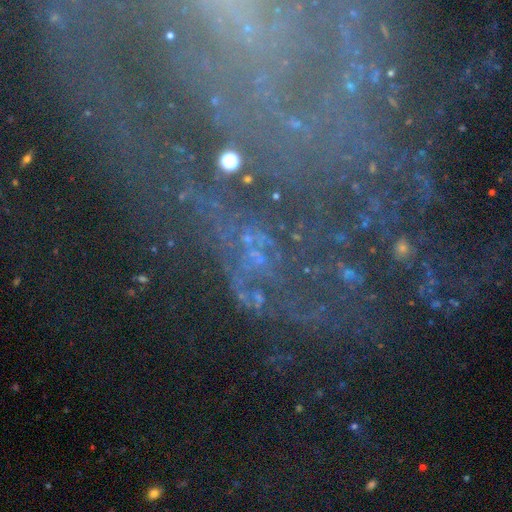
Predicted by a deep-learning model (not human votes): Smooth or featured? Predicted: star or artifact (p=0.48).